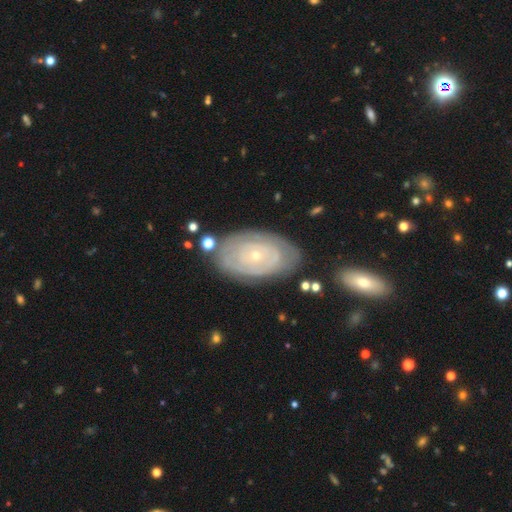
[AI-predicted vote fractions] smooth_or_featured: featured or disk (p=0.78) [alt: smooth p=0.16]
disk_edge_on: no (p=0.95) [alt: yes p=0.05]
bar: no (p=0.85) [alt: weak p=0.12]
has_spiral_arms: yes (p=0.78) [alt: no p=0.22]
spiral_winding: tight (p=0.84) [alt: medium p=0.12]
spiral_arm_count: can't tell (p=0.55) [alt: 2 p=0.21]
bulge_size: small (p=0.78) [alt: moderate p=0.18]
merging: none (p=0.77) [alt: minor disturbance p=0.15]